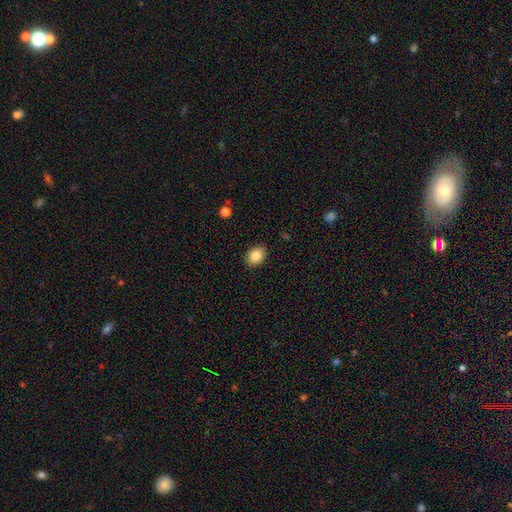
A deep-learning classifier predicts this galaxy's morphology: The model was most divided on "how rounded": in between: 68%, round: 31%, cigar-shaped: 1%. More confident: merging — none (88%); smooth or featured — smooth (87%).